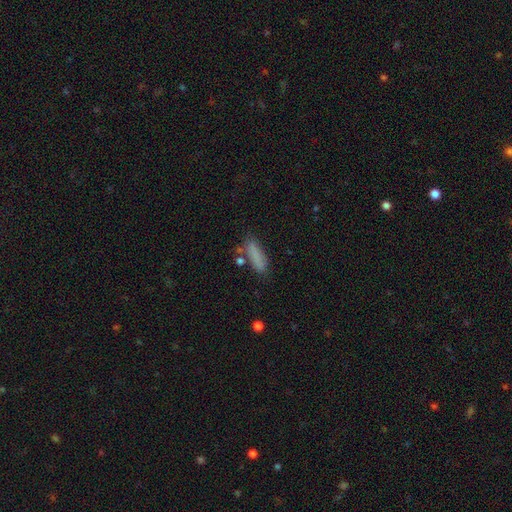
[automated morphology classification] smooth-or-featured: smooth: 82% | star or artifact: 9% | featured or disk: 9%
  how-rounded: cigar-shaped: 65% | in between: 33% | round: 2%
  merging: none: 74% | minor disturbance: 15% | merger: 6% | major disturbance: 4%